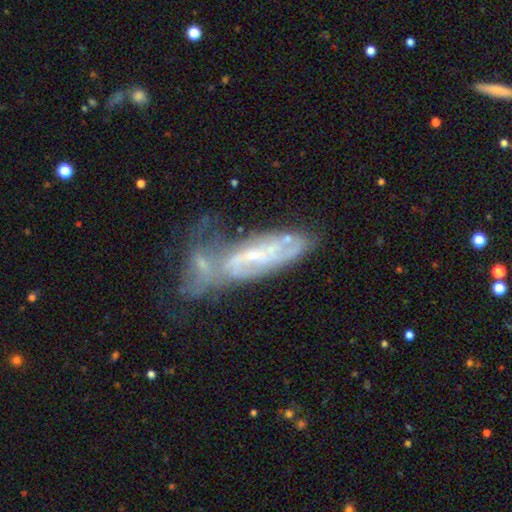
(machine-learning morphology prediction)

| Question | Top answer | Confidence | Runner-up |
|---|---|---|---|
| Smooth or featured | featured or disk | 73% | smooth (18%) |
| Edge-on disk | no | 82% | yes (18%) |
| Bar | no | 46% | weak (37%) |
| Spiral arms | yes | 77% | no (23%) |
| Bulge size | small | 70% | moderate (19%) |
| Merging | merger | 41% | none (26%) |